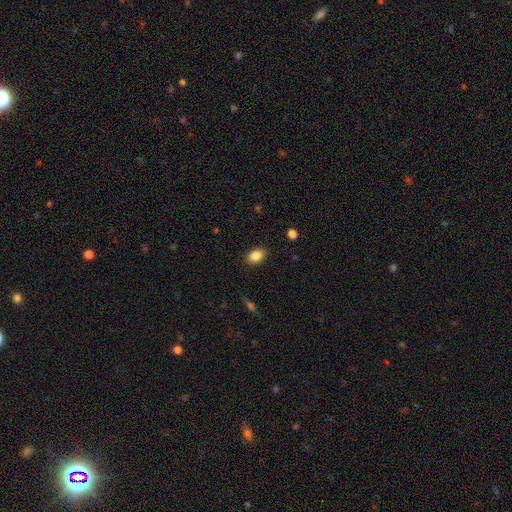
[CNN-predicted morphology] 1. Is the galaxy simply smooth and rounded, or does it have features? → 87% smooth, 9% star or artifact, 4% featured or disk.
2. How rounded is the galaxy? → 79% in between, 20% round, 1% cigar-shaped.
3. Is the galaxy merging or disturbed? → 87% none, 9% minor disturbance, 2% major disturbance, 1% merger.